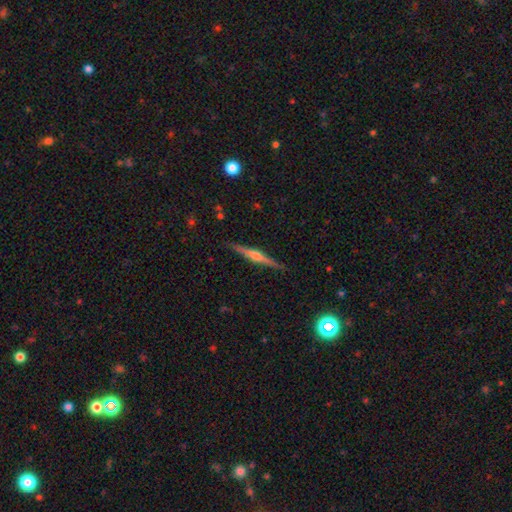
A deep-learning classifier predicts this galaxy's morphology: smooth-or-featured: featured or disk: 72% | smooth: 21% | star or artifact: 6%
  disk-edge-on: yes: 98% | no: 2%
    edge-on-bulge: rounded: 86% | boxy: 7% | none: 7%
  merging: none: 90% | minor disturbance: 8% | major disturbance: 1% | merger: 1%